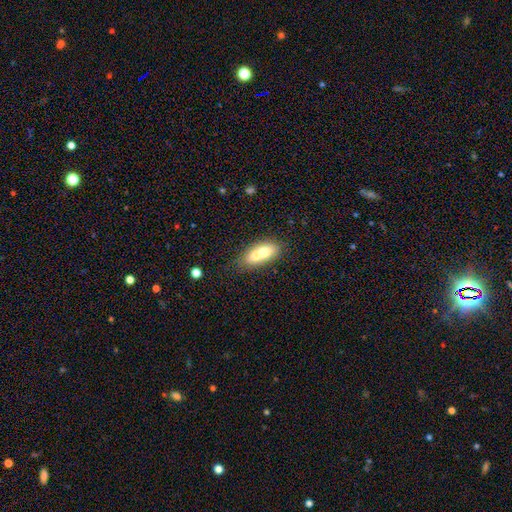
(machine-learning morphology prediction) A smooth galaxy with no disk features (64%) that is in between round and cigar-shaped (78%).

Vote fractions:
- Smooth or featured? smooth: 64% / featured or disk: 29% / star or artifact: 8%
- How rounded? in between: 78% / round: 14% / cigar-shaped: 8%
- Merging? merger: 64% / none: 25% / minor disturbance: 8% / major disturbance: 3%